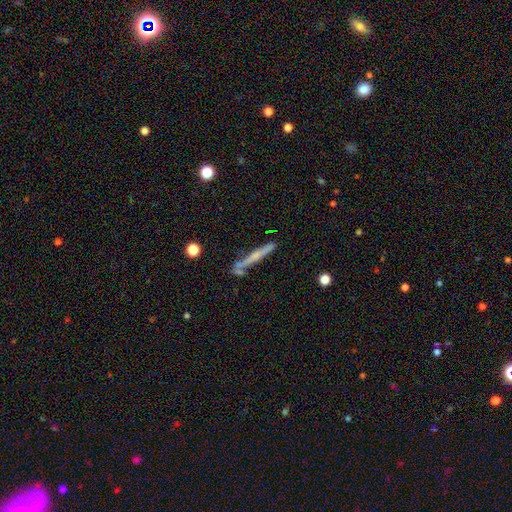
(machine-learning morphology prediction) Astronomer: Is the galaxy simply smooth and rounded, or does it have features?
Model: featured or disk — 56% (runner-up: smooth, 38%).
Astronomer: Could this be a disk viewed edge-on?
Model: yes — 95%.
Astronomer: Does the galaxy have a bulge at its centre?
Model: rounded — 48% (runner-up: none, 44%).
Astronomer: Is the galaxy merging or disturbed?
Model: none — 73%.